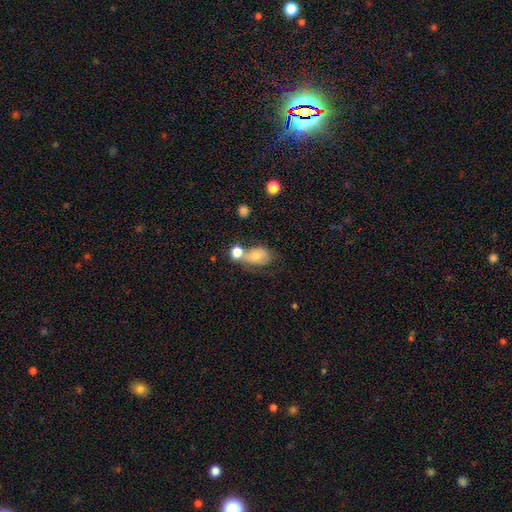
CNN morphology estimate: The model was most divided on "merging": merger: 41%, none: 31%, minor disturbance: 17%, major disturbance: 10%. More confident: how rounded — in between (73%); smooth or featured — smooth (68%).